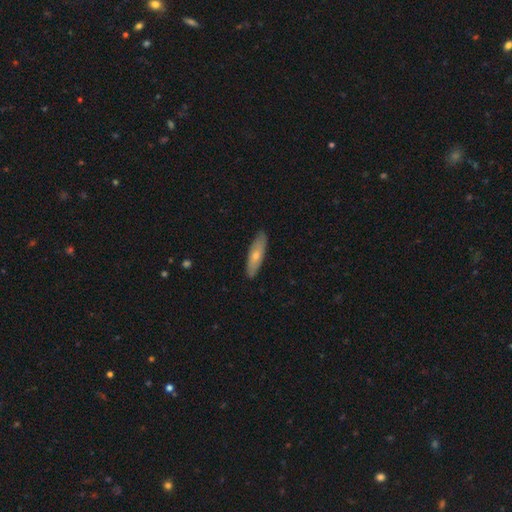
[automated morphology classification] Smooth or featured: smooth — 62% (featured or disk — 32%)
How rounded: cigar-shaped — 56% (in between — 42%)
Merging: none — 87% (minor disturbance — 11%)